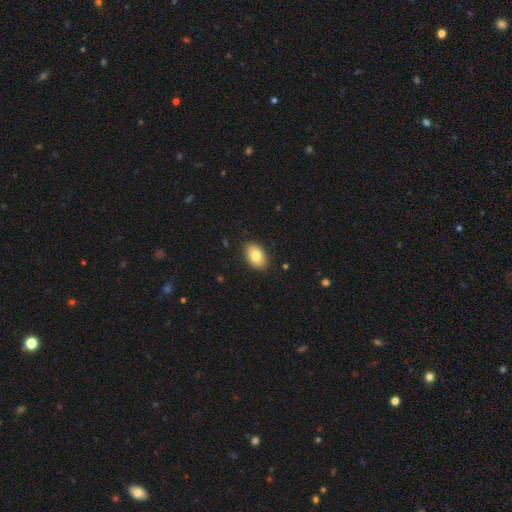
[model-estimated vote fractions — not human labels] A smooth galaxy with no disk features (82%) that is in between round and cigar-shaped (90%). Merging: none (87%).